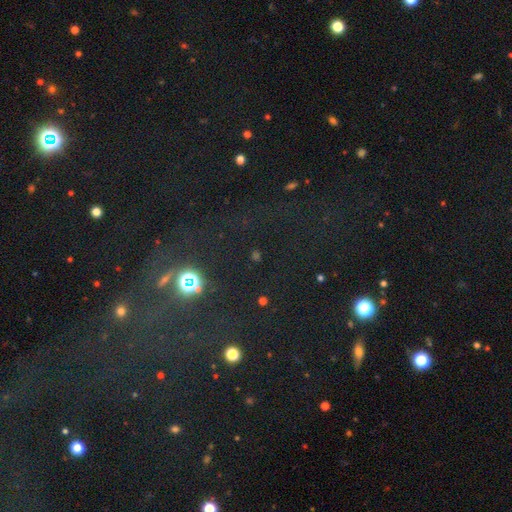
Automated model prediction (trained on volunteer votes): Smooth or featured? Predicted: star or artifact (p=0.70).